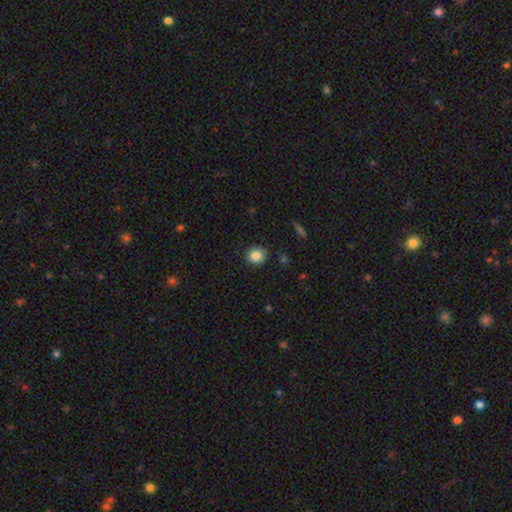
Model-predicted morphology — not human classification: Smooth or featured? smooth (85%)
How rounded? round (87%)
Merging? none (89%)